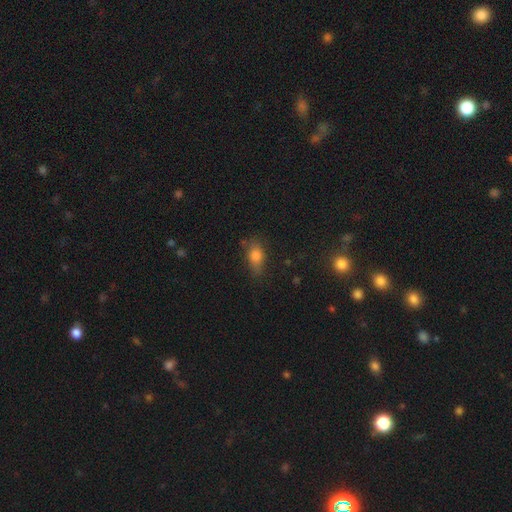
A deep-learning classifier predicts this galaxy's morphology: type=smooth (76%); roundness=in between (78%); merging=none (65%).